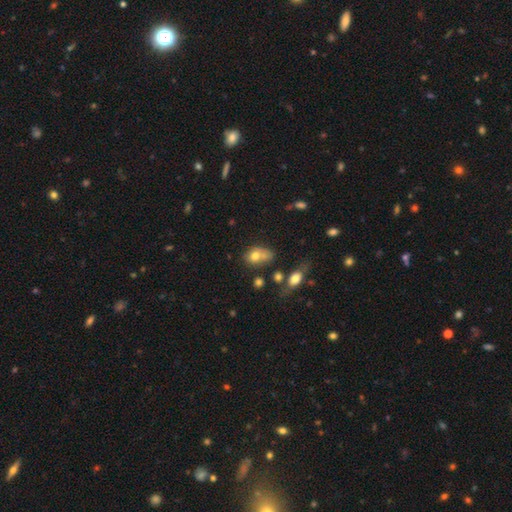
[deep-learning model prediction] This is likely a smooth galaxy (71%). How rounded: likely in between (70%). Merging: marginally none (35%).